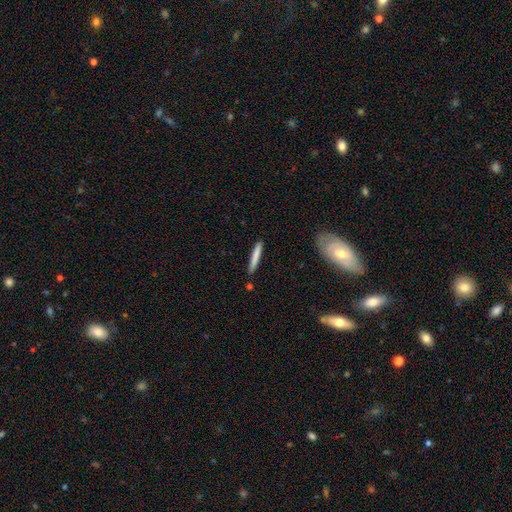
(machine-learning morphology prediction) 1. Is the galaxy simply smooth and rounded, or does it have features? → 76% smooth, 18% featured or disk, 5% star or artifact.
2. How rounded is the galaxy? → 95% cigar-shaped, 4% in between, 1% round.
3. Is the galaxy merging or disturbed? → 87% none, 9% minor disturbance, 3% merger, 2% major disturbance.